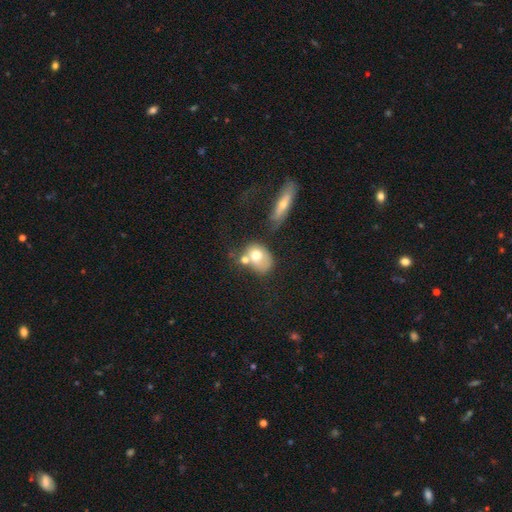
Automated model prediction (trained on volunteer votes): Q: Smooth or featured?
A: smooth (64%); runner-up: featured or disk (28%)
Q: How rounded?
A: in between (62%); runner-up: round (37%)
Q: Merging?
A: merger (44%); runner-up: none (27%)